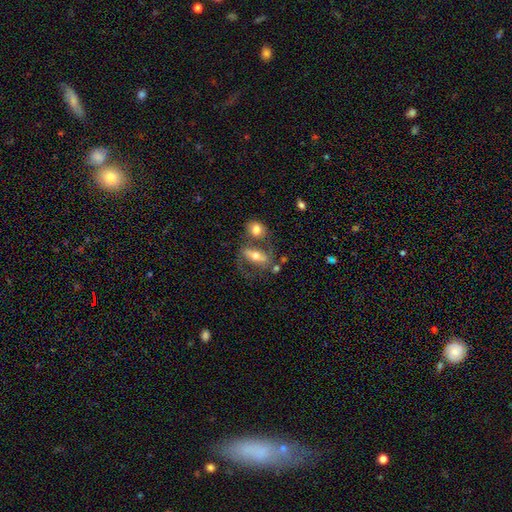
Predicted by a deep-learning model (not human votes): Q: Smooth or featured?
A: featured or disk (56%); runner-up: smooth (36%)
Q: Edge-on disk?
A: no (79%); runner-up: yes (21%)
Q: Merging?
A: none (44%); runner-up: merger (30%)